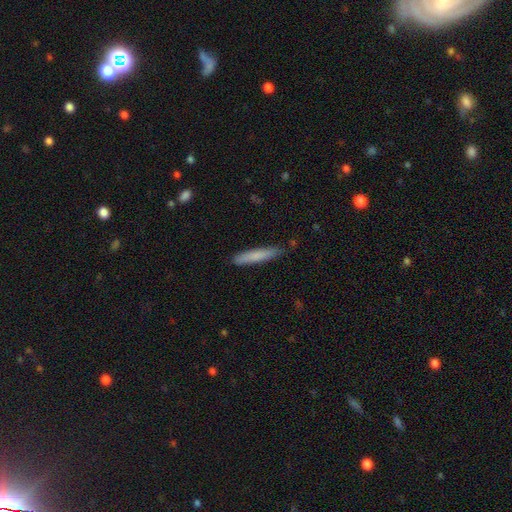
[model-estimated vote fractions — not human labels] Smooth or featured?
  - smooth: 78% *
  - featured or disk: 16%
  - star or artifact: 6%
How rounded?
  - cigar-shaped: 91% *
  - in between: 8%
  - round: 1%
Merging?
  - none: 83% *
  - minor disturbance: 14%
  - major disturbance: 2%
  - merger: 1%